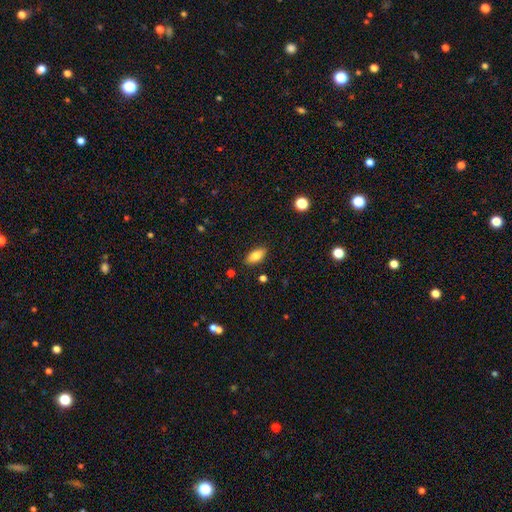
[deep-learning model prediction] This appears to be a smooth galaxy with no disk features (80%) that is in between round and cigar-shaped (88%). Merging: none (86%).